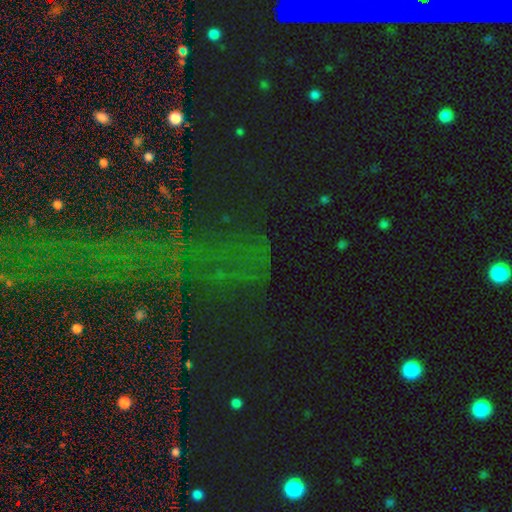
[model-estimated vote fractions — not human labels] Smooth or featured? Predicted: star or artifact (p=0.76).